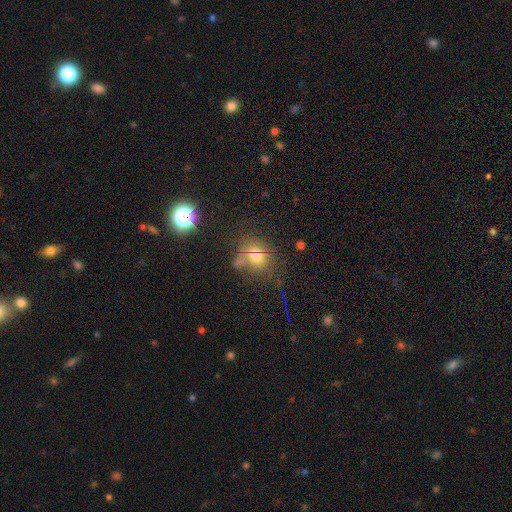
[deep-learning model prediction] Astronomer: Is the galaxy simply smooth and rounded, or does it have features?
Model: smooth — 60%.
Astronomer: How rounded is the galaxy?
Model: round — 70%.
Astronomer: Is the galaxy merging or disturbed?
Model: none — 64%.